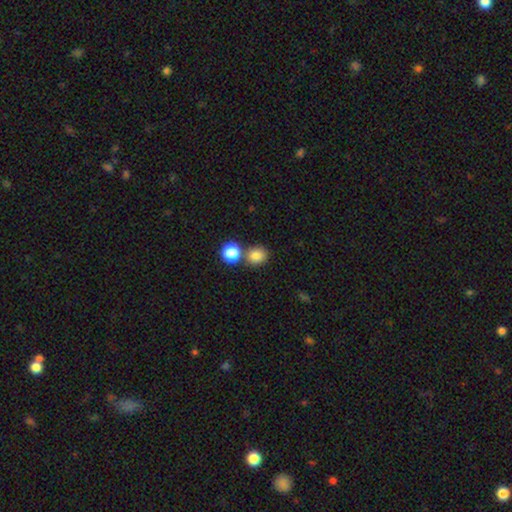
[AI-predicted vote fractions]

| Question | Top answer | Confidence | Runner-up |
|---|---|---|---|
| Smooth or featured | smooth | 84% | star or artifact (11%) |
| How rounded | round | 78% | in between (21%) |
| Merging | none | 61% | merger (27%) |